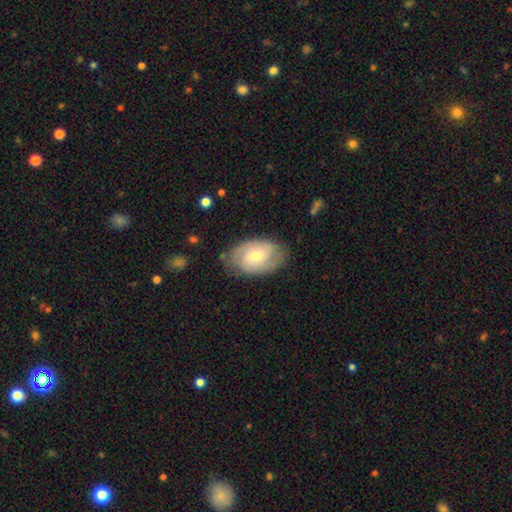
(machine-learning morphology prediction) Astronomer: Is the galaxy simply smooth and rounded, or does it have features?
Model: featured or disk — 65%.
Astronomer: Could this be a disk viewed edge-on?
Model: no — 95%.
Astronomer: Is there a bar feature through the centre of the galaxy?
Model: weak — 46%, tied with no at 46%.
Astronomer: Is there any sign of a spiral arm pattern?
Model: yes — 88%.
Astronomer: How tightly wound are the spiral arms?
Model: tight — 52% (runner-up: medium, 37%).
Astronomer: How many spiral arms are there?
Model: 2 — 59%.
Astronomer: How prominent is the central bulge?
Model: moderate — 55% (runner-up: small, 40%).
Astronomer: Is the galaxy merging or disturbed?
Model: none — 77%.